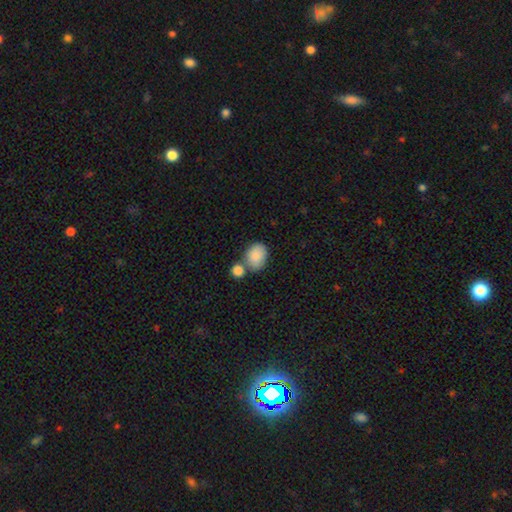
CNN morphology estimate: The model was most divided on "merging": none: 46%, merger: 36%, minor disturbance: 14%, major disturbance: 4%. More confident: smooth or featured — smooth (86%); how rounded — in between (70%).